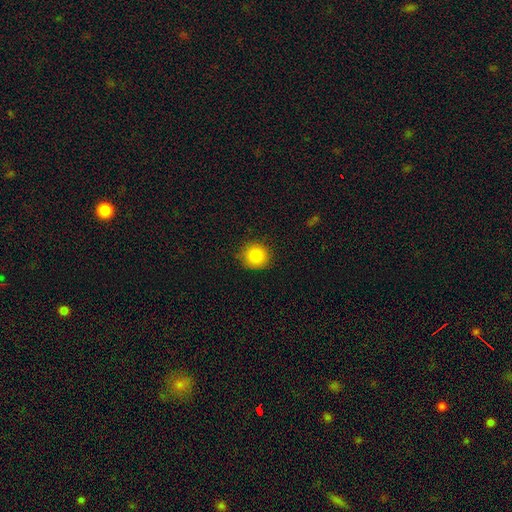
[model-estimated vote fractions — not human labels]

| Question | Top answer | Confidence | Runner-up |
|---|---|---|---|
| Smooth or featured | smooth | 86% | star or artifact (9%) |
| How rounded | round | 89% | in between (10%) |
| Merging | none | 85% | minor disturbance (12%) |